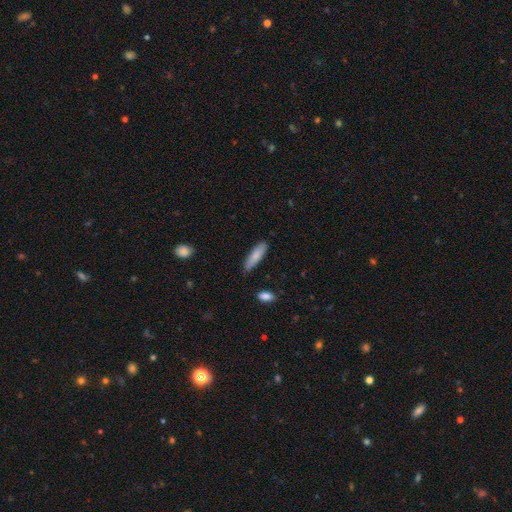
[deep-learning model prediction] This appears to be a smooth galaxy with no disk features (82%) that is cigar-shaped (60%). Merging: none (83%).